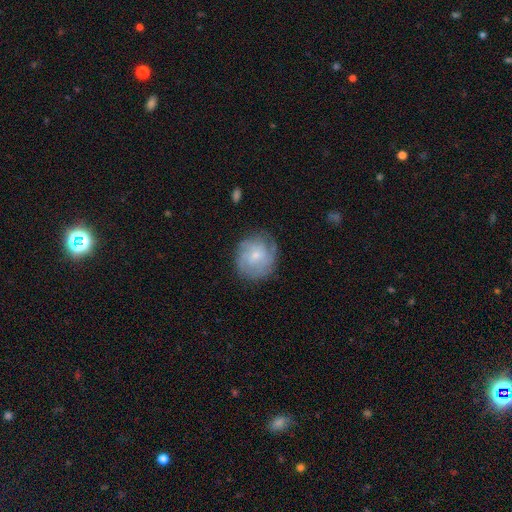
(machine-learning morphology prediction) Smooth or featured? featured or disk (57%)
Edge-on disk? no (98%)
Bar? no (67%)
Spiral arms? yes (84%)
Bulge size? small (68%)
Merging? none (75%)